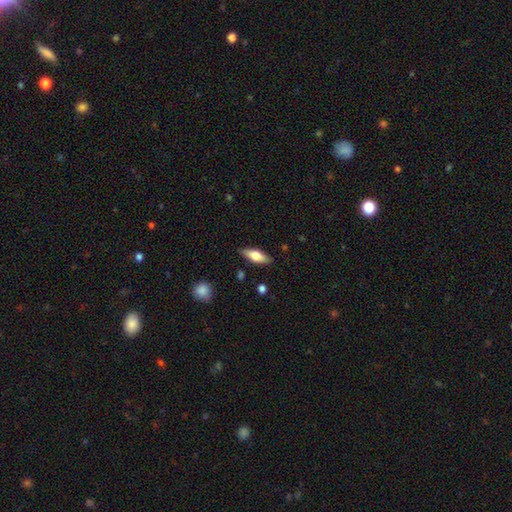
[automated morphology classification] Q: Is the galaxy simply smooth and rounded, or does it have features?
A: smooth — 62%.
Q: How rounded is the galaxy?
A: in between — 64%.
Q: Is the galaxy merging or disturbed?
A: none — 85%.